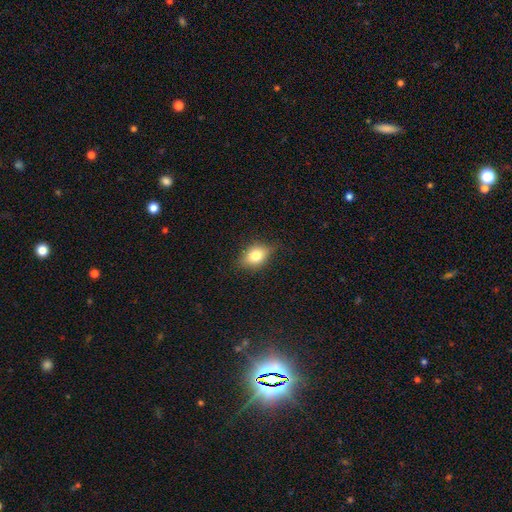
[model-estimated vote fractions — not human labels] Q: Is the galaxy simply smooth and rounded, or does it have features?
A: smooth — 75%.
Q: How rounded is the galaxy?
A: in between — 72%.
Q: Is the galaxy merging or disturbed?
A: none — 75%.